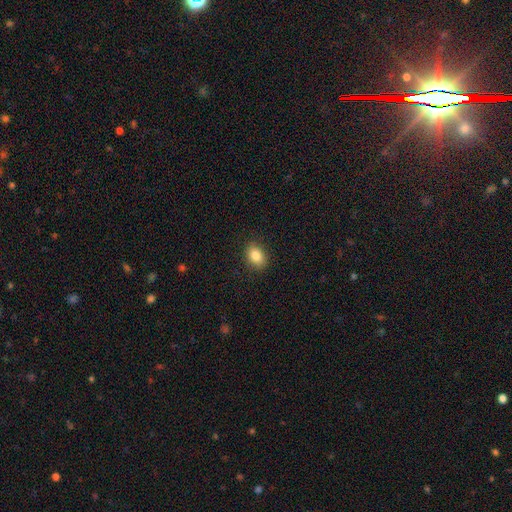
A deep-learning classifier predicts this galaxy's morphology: Smooth or featured? smooth (85%)
How rounded? in between (69%)
Merging? none (88%)